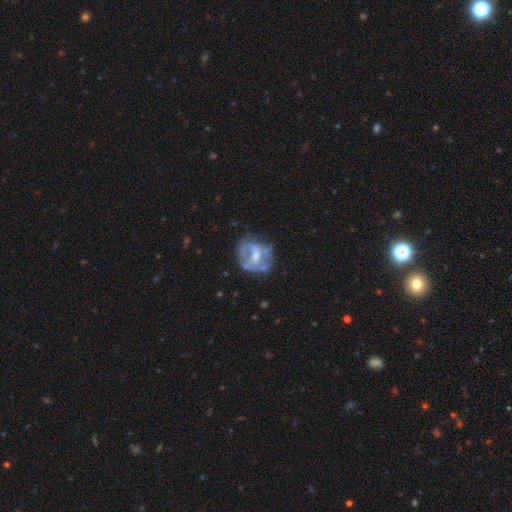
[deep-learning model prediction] Smooth or featured? featured or disk (64%)
Edge-on disk? no (97%)
Bar? no (58%)
Spiral arms? no (74%)
Bulge size? moderate (48%)
Merging? none (45%)